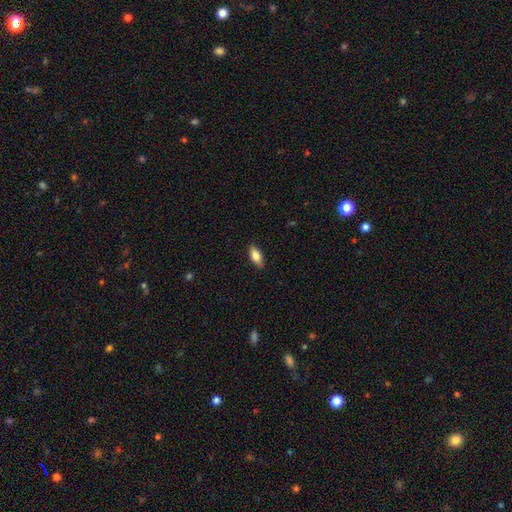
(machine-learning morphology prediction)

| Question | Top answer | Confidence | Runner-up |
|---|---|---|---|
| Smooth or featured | smooth | 78% | featured or disk (15%) |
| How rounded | in between | 85% | cigar-shaped (12%) |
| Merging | none | 86% | minor disturbance (11%) |